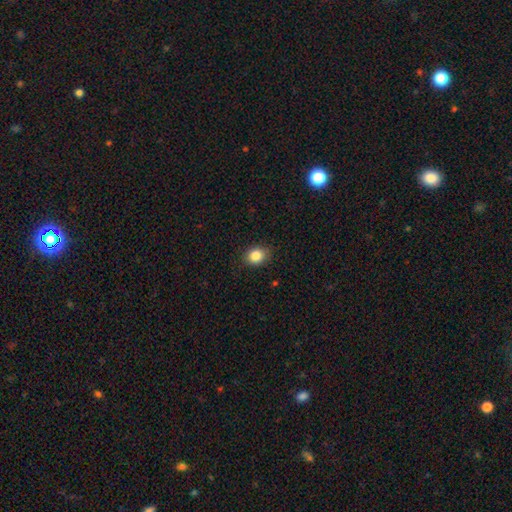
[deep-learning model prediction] Q: Smooth or featured?
A: smooth (85%); runner-up: star or artifact (10%)
Q: How rounded?
A: round (60%); runner-up: in between (39%)
Q: Merging?
A: none (87%); runner-up: minor disturbance (10%)